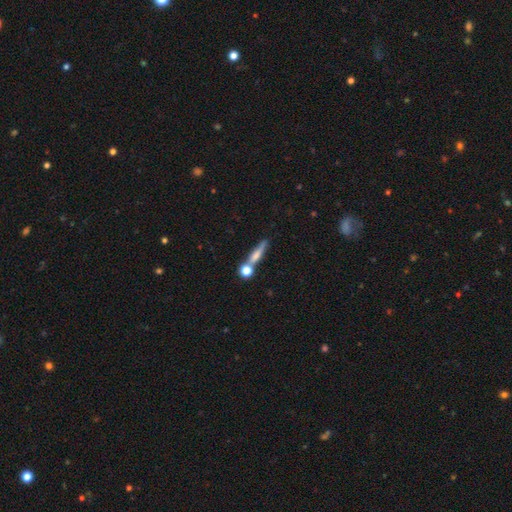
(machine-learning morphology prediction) Q: Smooth or featured?
A: smooth (57%); runner-up: featured or disk (32%)
Q: How rounded?
A: cigar-shaped (67%); runner-up: in between (18%)
Q: Merging?
A: none (58%); runner-up: merger (22%)